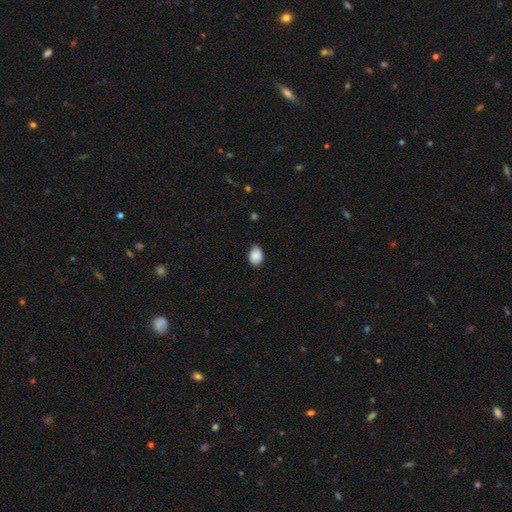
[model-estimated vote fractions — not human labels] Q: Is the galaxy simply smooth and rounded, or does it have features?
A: smooth — 85%.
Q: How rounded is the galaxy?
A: in between — 71%.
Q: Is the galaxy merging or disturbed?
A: none — 72%.